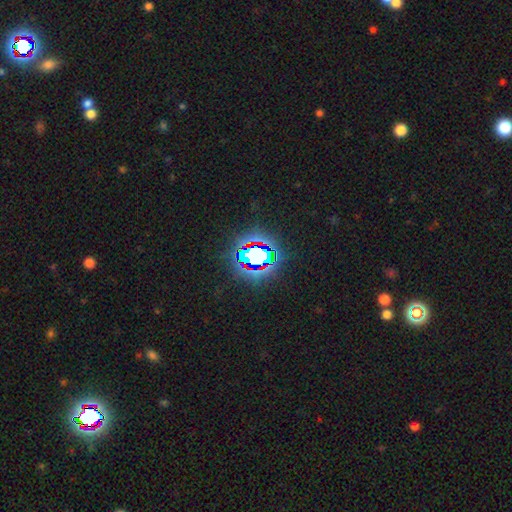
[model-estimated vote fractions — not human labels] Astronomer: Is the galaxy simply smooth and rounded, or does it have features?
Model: star or artifact — 63%.